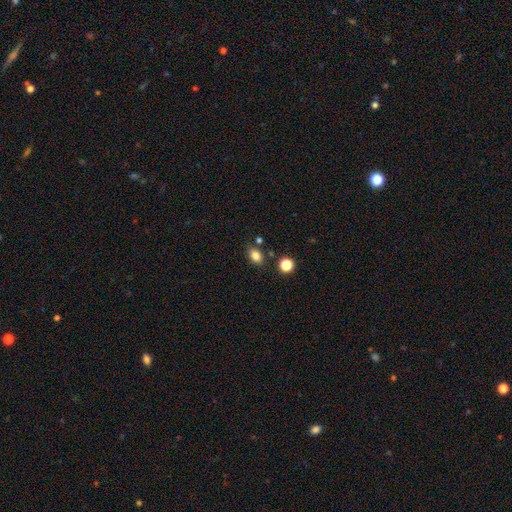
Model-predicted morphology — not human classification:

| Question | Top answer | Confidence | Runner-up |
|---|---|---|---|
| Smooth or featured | smooth | 82% | star or artifact (12%) |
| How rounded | in between | 72% | round (27%) |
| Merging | none | 80% | minor disturbance (12%) |